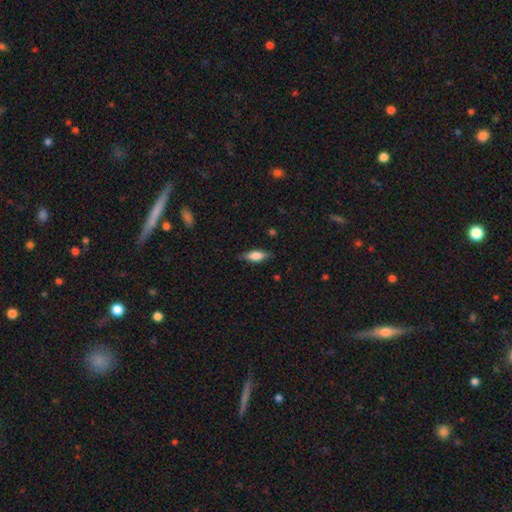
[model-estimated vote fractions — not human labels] A smooth galaxy with no disk features (72%) that is in between round and cigar-shaped (67%). Merging: none (81%).